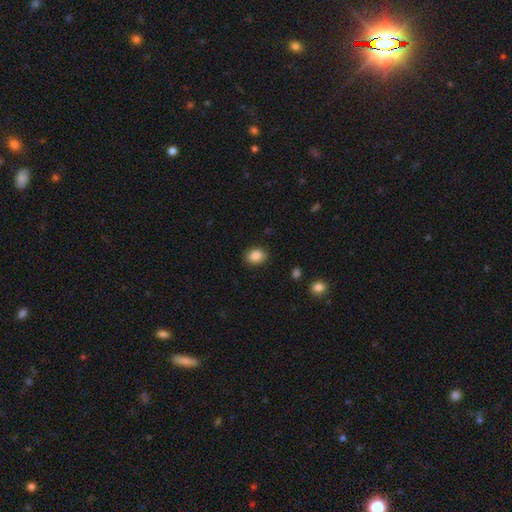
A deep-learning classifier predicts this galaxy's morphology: A smooth galaxy with no disk features (86%) that is in between round and cigar-shaped (54%).

Vote fractions:
- Smooth or featured? smooth: 86% / star or artifact: 9% / featured or disk: 5%
- How rounded? in between: 54% / round: 45% / cigar-shaped: 1%
- Merging? none: 87% / minor disturbance: 10% / major disturbance: 3% / merger: 1%